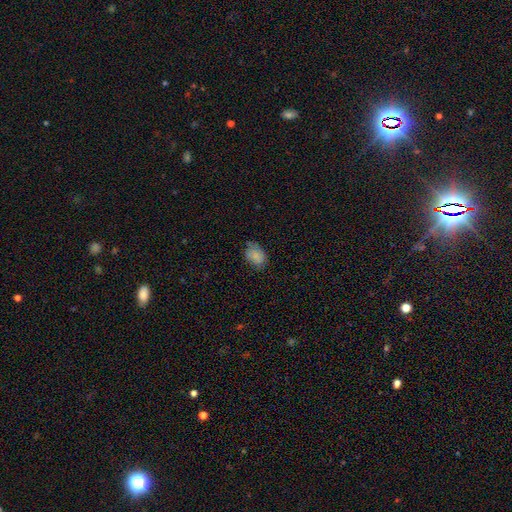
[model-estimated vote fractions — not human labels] This is clearly a smooth galaxy (80%). How rounded: likely in between (76%). Merging: likely none (66%).